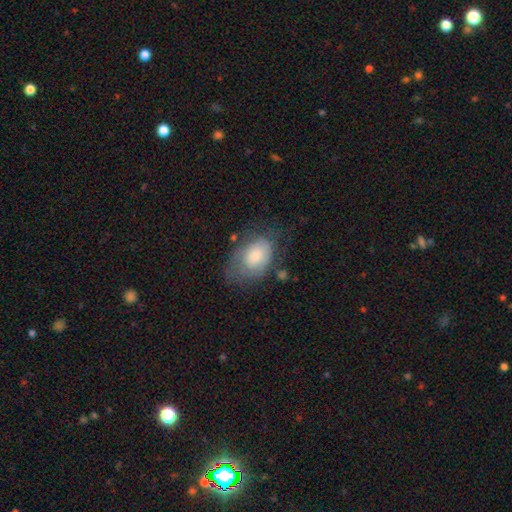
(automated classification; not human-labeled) smooth_or_featured: smooth (p=0.65) [alt: featured or disk p=0.28]
how_rounded: in between (p=0.87) [alt: round p=0.11]
merging: none (p=0.44) [alt: minor disturbance p=0.30]